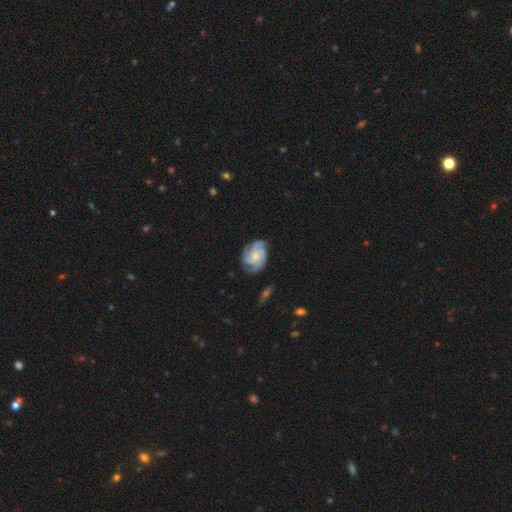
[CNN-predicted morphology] type=featured or disk (86%); edge-on=no (98%); bar=no (72%); spiral arms=yes (98%); winding=tight (58%); arm count=3 (44%); bulge=small (47%); merging=none (76%).